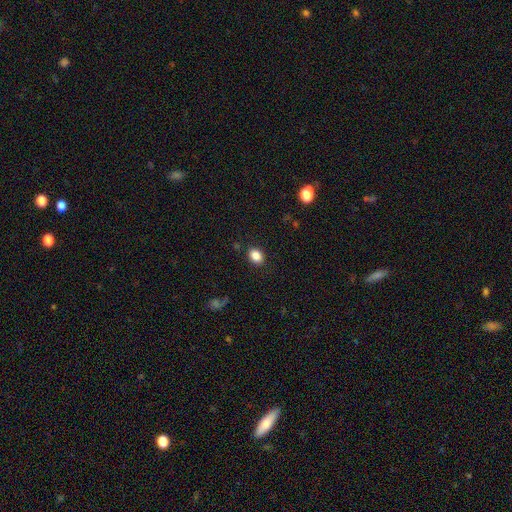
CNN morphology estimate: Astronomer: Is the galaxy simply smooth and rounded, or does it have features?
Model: smooth — 86%.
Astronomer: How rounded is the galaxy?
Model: in between — 68%.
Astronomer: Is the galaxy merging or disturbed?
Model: none — 87%.